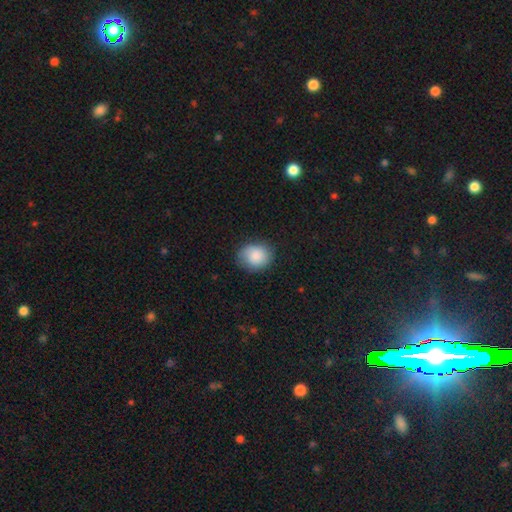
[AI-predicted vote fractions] The model was most divided on "how rounded": round: 65%, in between: 34%, cigar-shaped: 1%. More confident: smooth or featured — smooth (86%); merging — none (79%).